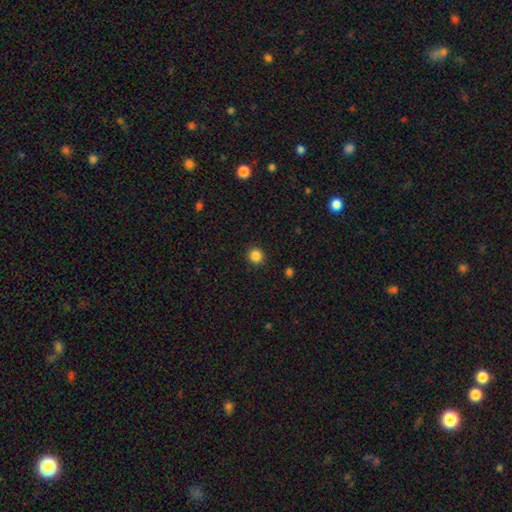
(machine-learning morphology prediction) smooth_or_featured: smooth (p=0.86) [alt: star or artifact p=0.11]
how_rounded: round (p=0.92) [alt: in between p=0.07]
merging: none (p=0.91) [alt: minor disturbance p=0.06]